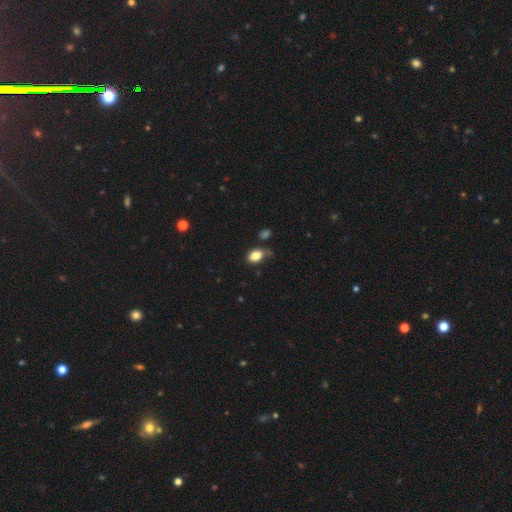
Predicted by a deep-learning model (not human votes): Smooth or featured: smooth — 84% (star or artifact — 9%)
How rounded: in between — 80% (round — 18%)
Merging: none — 65% (minor disturbance — 23%)